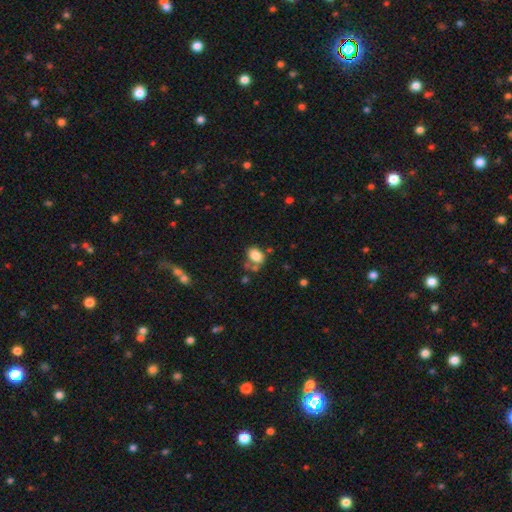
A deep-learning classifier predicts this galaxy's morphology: Overall: smooth (81%). How rounded: in between (70%). Merging: none (49%; minor disturbance 21%).